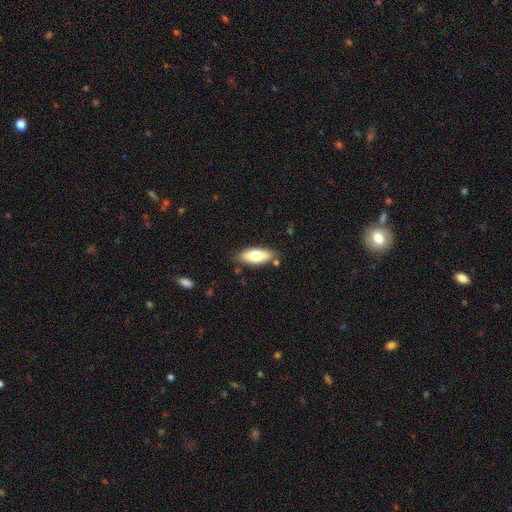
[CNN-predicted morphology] This appears to be a smooth galaxy with no disk features (71%) that is in between round and cigar-shaped (78%). Merging: none (80%).